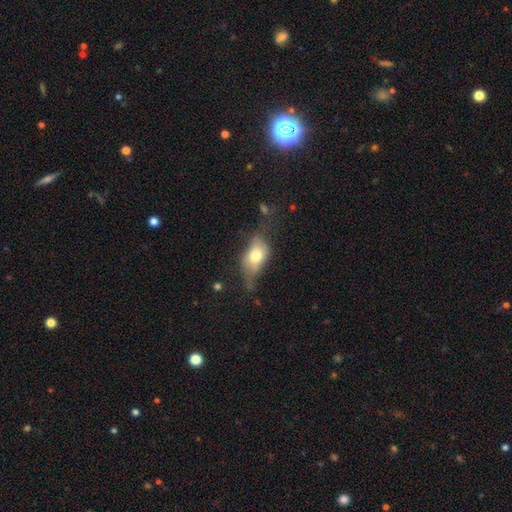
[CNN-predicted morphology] smooth 64%, featured or disk 27%, star or artifact 8%. Down the decision tree: how rounded — in between (83%); merging — none (36%).